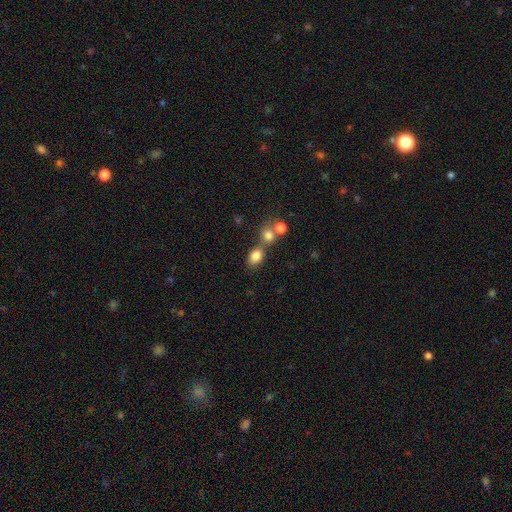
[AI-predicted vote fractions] This appears to be a smooth galaxy with no disk features (80%) that is in between round and cigar-shaped (60%). Merging: none (50%).